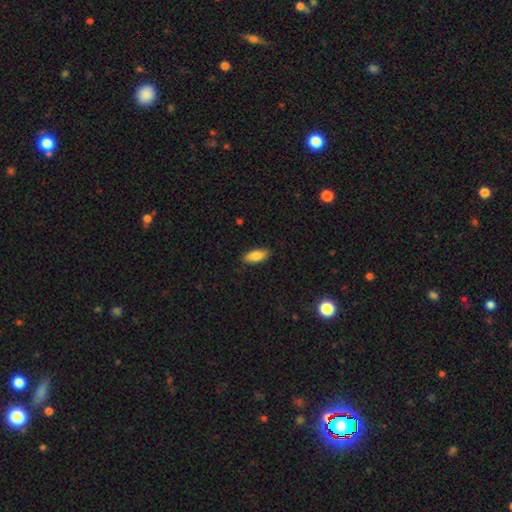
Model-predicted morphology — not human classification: Smooth or featured: smooth — 83% (featured or disk — 10%)
How rounded: in between — 81% (cigar-shaped — 16%)
Merging: none — 87% (minor disturbance — 10%)